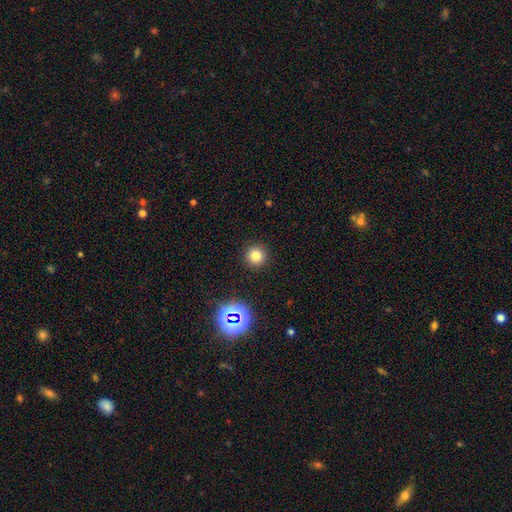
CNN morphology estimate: type=smooth (77%); roundness=round (95%); merging=none (91%).